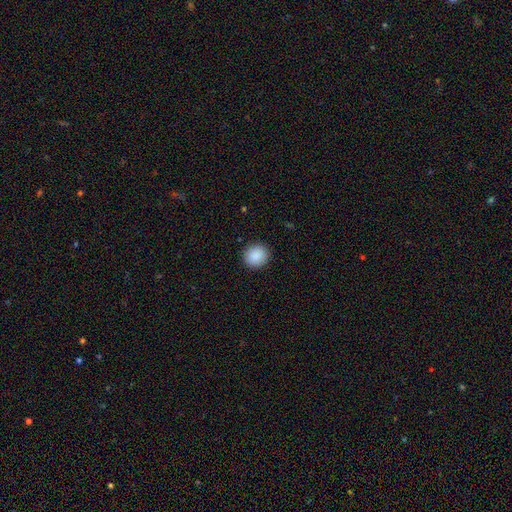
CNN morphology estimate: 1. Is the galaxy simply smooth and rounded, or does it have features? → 89% smooth, 8% star or artifact, 3% featured or disk.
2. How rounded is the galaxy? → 89% round, 10% in between, 1% cigar-shaped.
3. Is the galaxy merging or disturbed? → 91% none, 6% minor disturbance, 2% major disturbance, 1% merger.